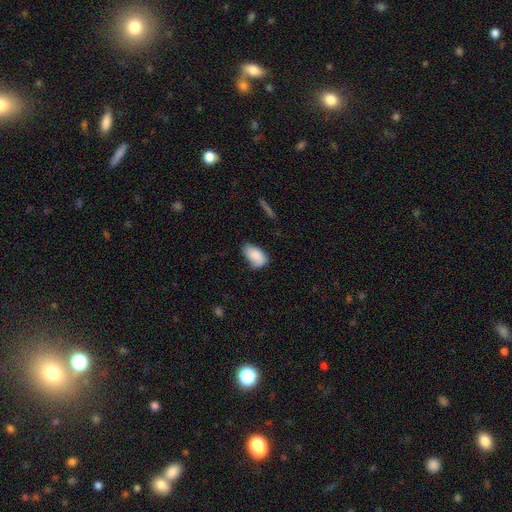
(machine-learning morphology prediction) smooth 84%, featured or disk 9%, star or artifact 7%. Down the decision tree: how rounded — in between (93%); merging — none (53%).